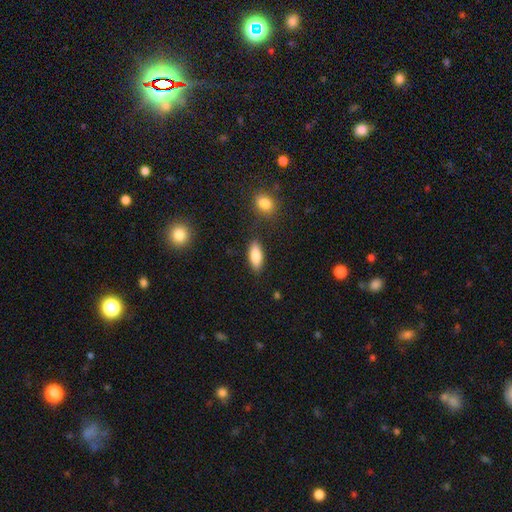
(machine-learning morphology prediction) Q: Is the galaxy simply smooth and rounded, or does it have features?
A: smooth — 84%.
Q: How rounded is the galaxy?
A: in between — 82%.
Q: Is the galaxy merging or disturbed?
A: none — 83%.